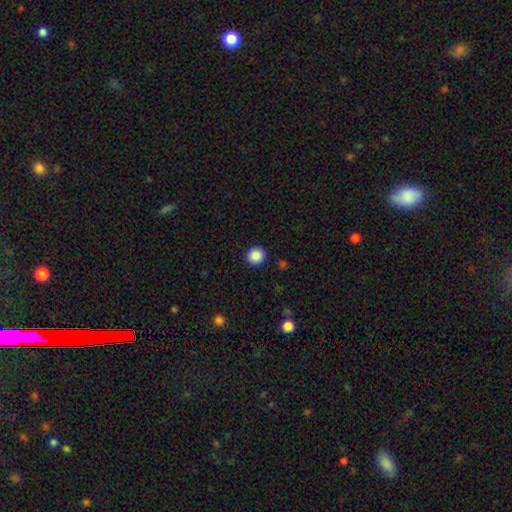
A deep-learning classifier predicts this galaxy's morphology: This appears to be a smooth galaxy with no disk features (88%) that is round (91%). Merging: none (92%).